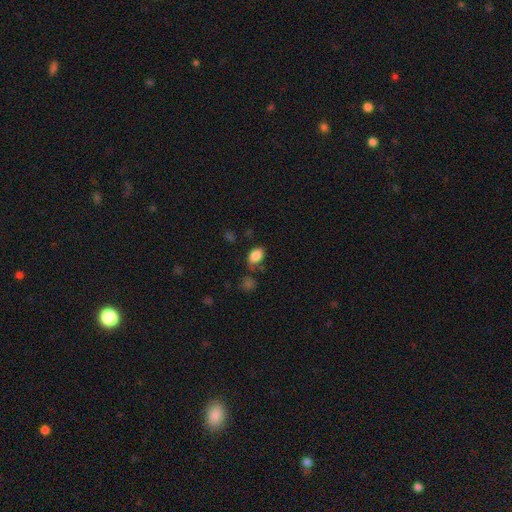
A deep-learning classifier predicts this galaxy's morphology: Smooth or featured? Predicted: smooth (p=0.85). How rounded? Predicted: in between (p=0.85). Merging? Predicted: none (p=0.71).